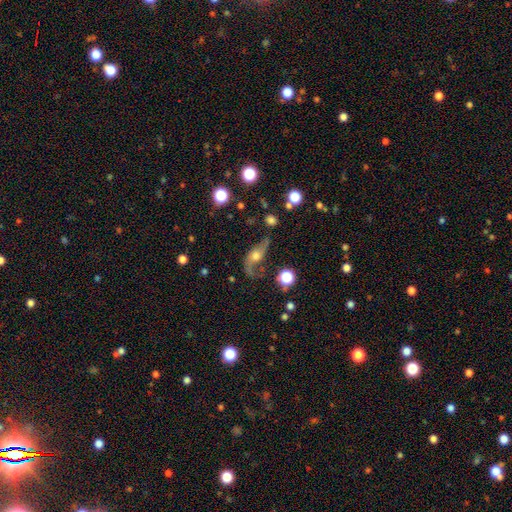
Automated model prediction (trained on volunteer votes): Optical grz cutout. It shows a featured or disk galaxy (72%) with no bar (68%), 2 (83%) loose (82%) spiral arms (89%) and a moderate central bulge (58%). Merging: none (51%).